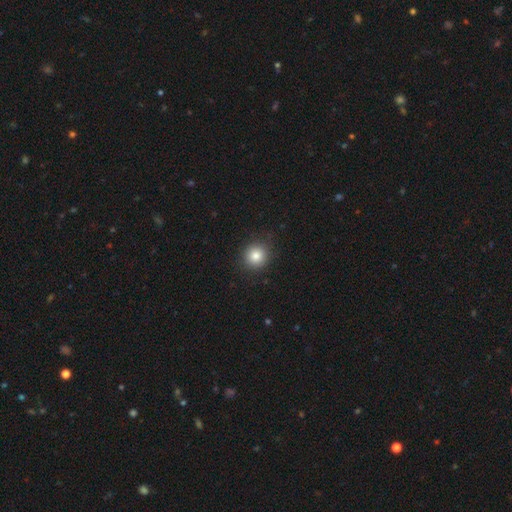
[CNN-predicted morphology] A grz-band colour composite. It shows a smooth galaxy with no disk features (83%) that is round (90%). Merging: none (88%).